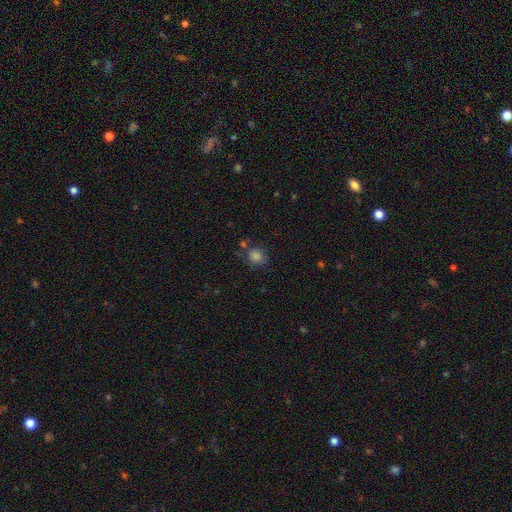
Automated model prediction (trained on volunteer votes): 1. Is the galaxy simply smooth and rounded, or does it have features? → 80% smooth, 13% star or artifact, 7% featured or disk.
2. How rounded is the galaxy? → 71% round, 28% in between, 1% cigar-shaped.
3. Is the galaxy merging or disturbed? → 64% none, 18% minor disturbance, 10% merger, 7% major disturbance.